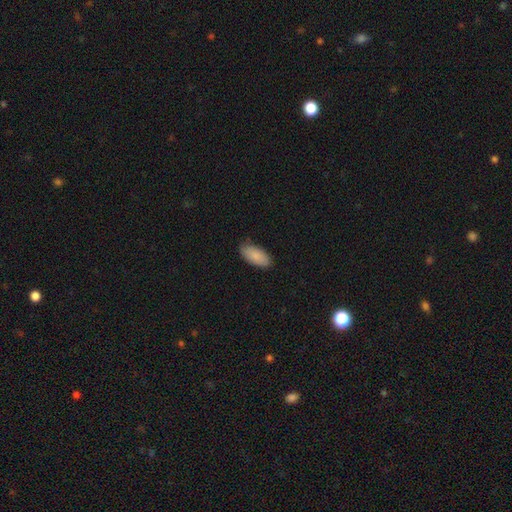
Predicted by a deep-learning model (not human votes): Smooth or featured?
  - smooth: 88% *
  - featured or disk: 6%
  - star or artifact: 6%
How rounded?
  - in between: 92% *
  - cigar-shaped: 6%
  - round: 2%
Merging?
  - none: 81% *
  - minor disturbance: 16%
  - major disturbance: 2%
  - merger: 1%